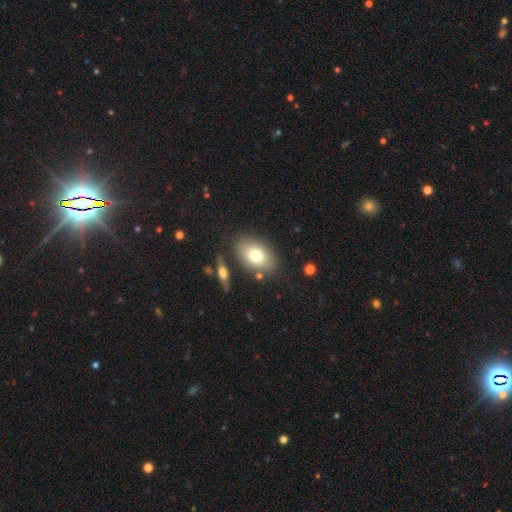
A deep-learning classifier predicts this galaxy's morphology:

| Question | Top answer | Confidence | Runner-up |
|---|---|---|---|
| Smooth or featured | smooth | 74% | featured or disk (17%) |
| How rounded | in between | 84% | round (15%) |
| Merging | none | 80% | minor disturbance (11%) |